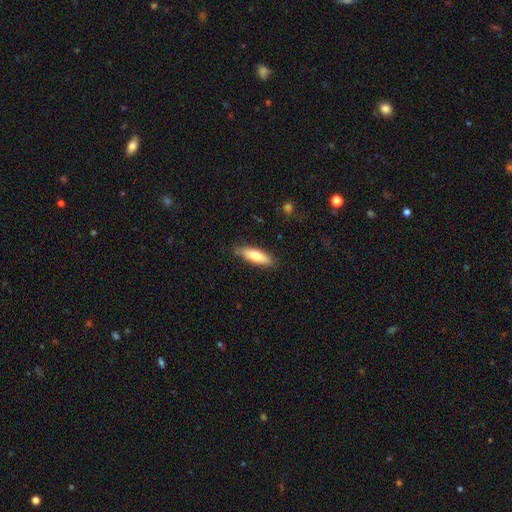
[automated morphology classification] smooth 74%, featured or disk 20%, star or artifact 6%. Down the decision tree: how rounded — cigar-shaped (51%); merging — none (82%).